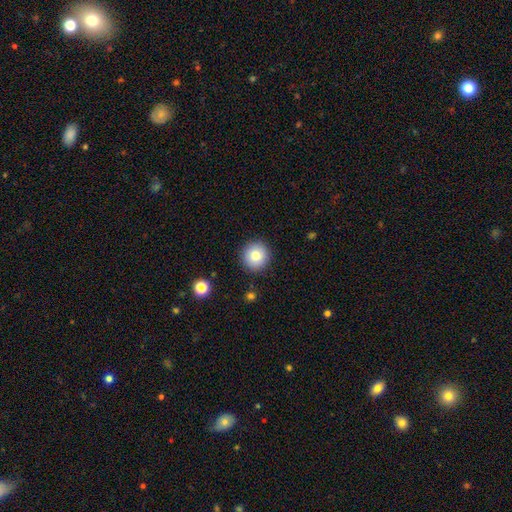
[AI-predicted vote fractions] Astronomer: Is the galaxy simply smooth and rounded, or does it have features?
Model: smooth — 84%.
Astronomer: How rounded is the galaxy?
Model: round — 94%.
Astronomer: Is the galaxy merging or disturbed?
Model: none — 90%.